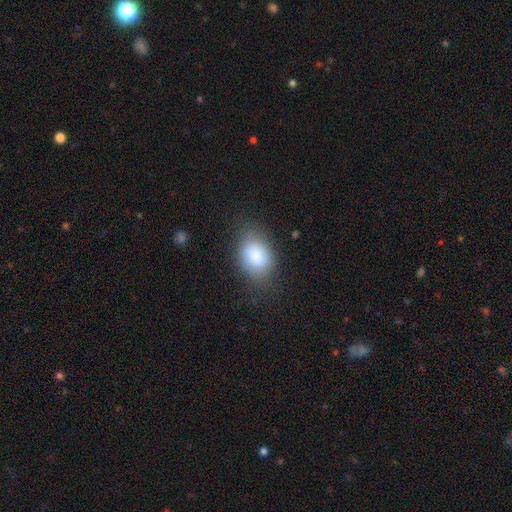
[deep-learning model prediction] Smooth or featured? Predicted: smooth (p=0.83). How rounded? Predicted: in between (p=0.73). Merging? Predicted: none (p=0.66).